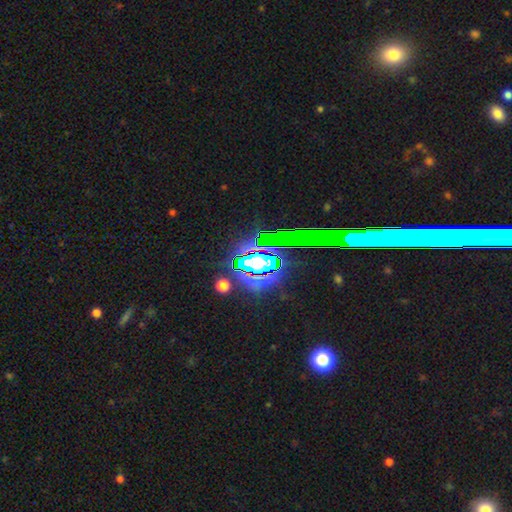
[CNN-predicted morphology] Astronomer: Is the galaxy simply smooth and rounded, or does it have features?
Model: star or artifact — 71%.